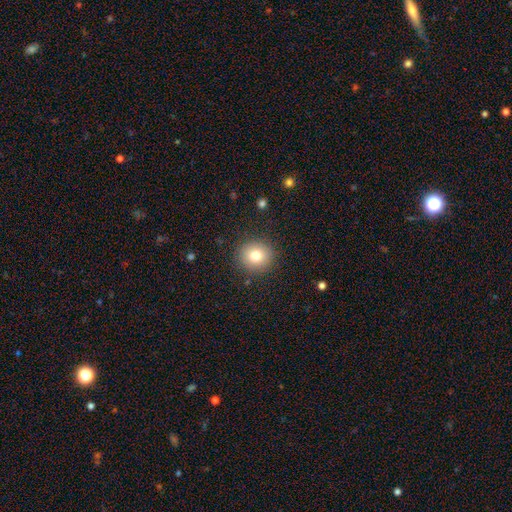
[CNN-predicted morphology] Smooth or featured? smooth (79%)
How rounded? round (90%)
Merging? none (89%)